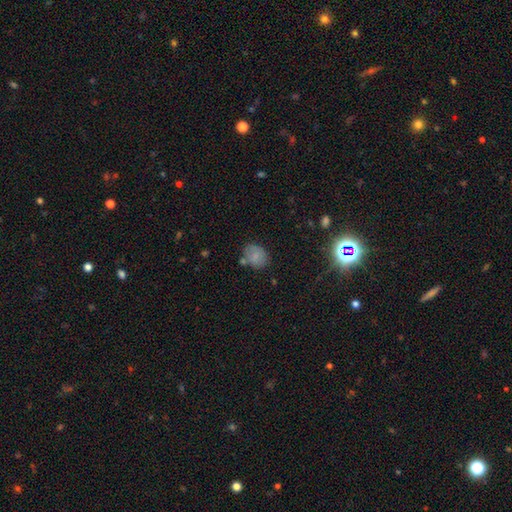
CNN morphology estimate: type=smooth (78%); roundness=round (51%); merging=none (67%).